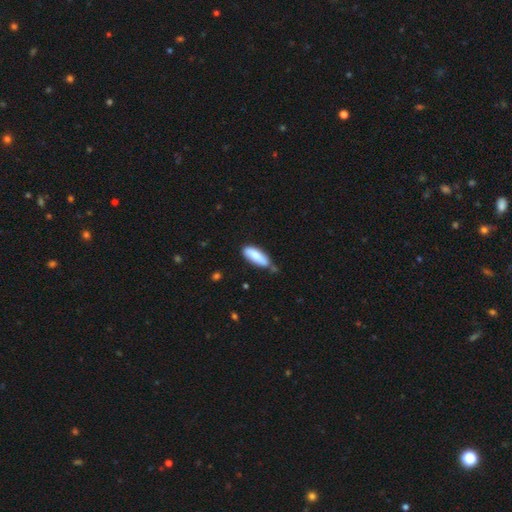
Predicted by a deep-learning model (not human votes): This appears to be a smooth galaxy with no disk features (82%) that is in between round and cigar-shaped (61%). Merging: none (63%).